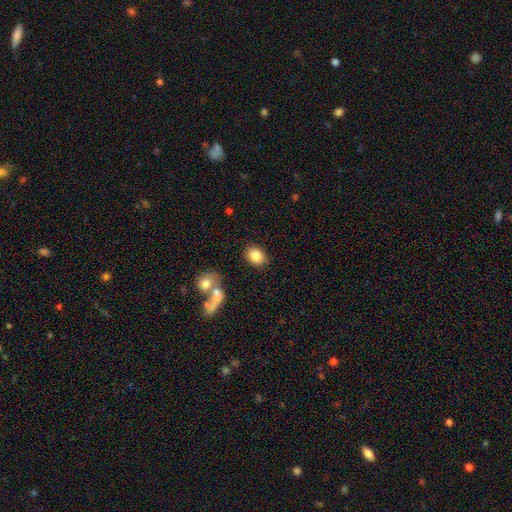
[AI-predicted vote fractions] smooth 83%, featured or disk 9%, star or artifact 8%. Down the decision tree: how rounded — in between (61%); merging — none (83%).